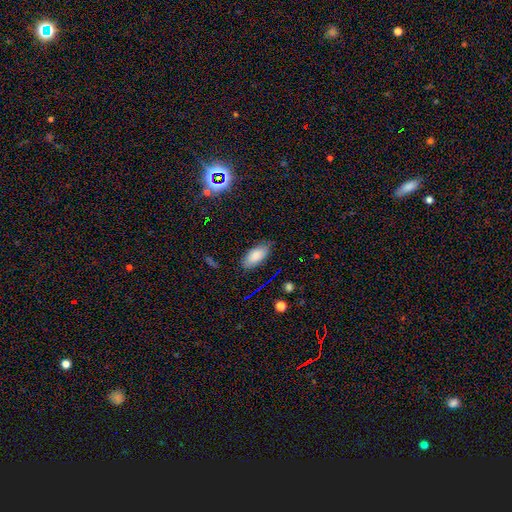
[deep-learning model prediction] Morphology: type=smooth (84%); roundness=in between (92%); merging=none (79%).